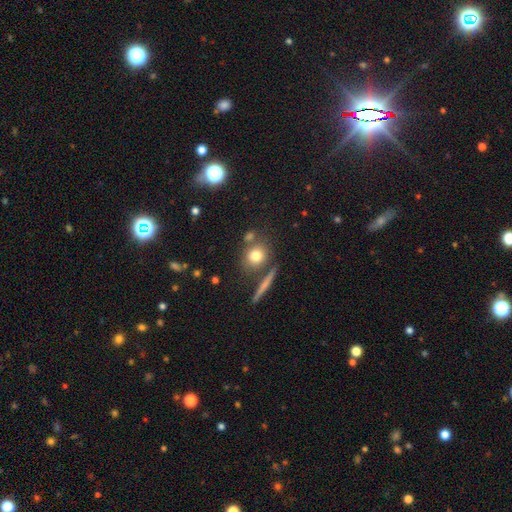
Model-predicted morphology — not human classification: The model was most divided on "merging": none: 70%, merger: 15%, minor disturbance: 11%, major disturbance: 4%. More confident: how rounded — round (77%); smooth or featured — smooth (76%).